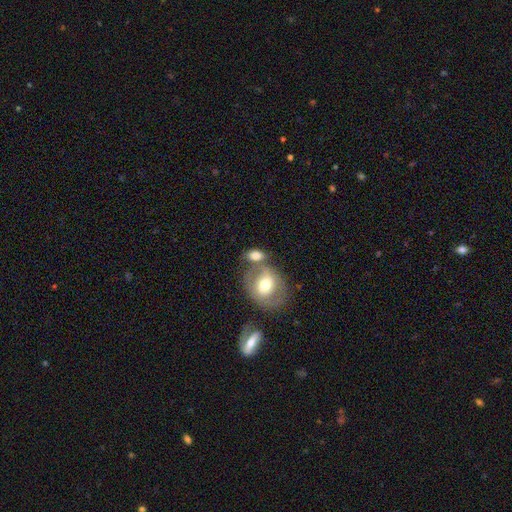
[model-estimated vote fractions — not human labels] Smooth or featured? Predicted: smooth (p=0.70). How rounded? Predicted: in between (p=0.76). Merging? Predicted: none (p=0.41).